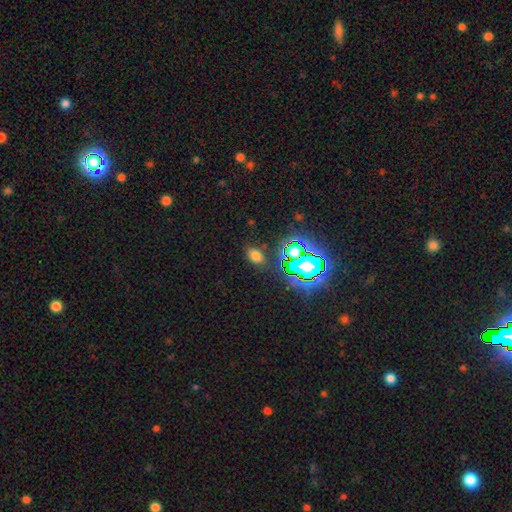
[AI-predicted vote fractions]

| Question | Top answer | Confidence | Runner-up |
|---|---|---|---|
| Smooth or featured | smooth | 64% | star or artifact (29%) |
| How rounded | in between | 82% | round (16%) |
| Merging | none | 83% | minor disturbance (11%) |